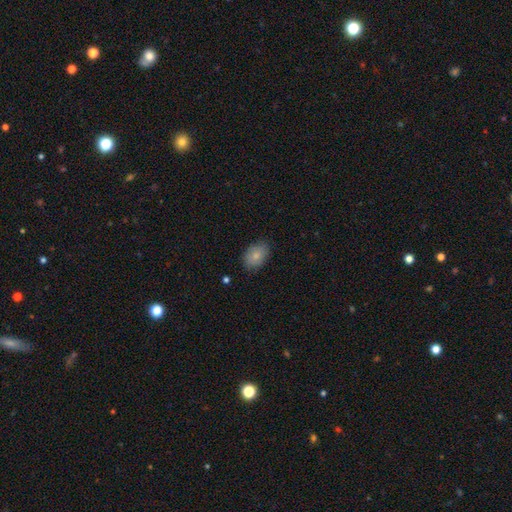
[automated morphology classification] A smooth galaxy with no disk features (83%) that is in between round and cigar-shaped (83%).

Vote fractions:
- Smooth or featured? smooth: 83% / featured or disk: 10% / star or artifact: 7%
- How rounded? in between: 83% / round: 15% / cigar-shaped: 1%
- Merging? none: 81% / minor disturbance: 15% / major disturbance: 3% / merger: 1%